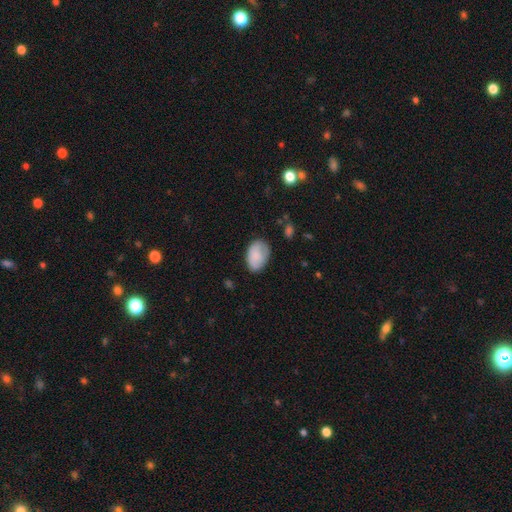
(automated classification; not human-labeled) Smooth or featured? smooth (83%)
How rounded? in between (88%)
Merging? none (68%)